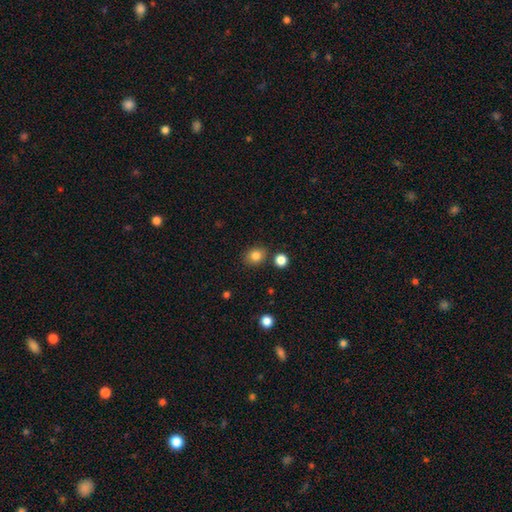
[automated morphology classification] Smooth or featured? Predicted: smooth (p=0.83). How rounded? Predicted: round (p=0.68). Merging? Predicted: none (p=0.82).